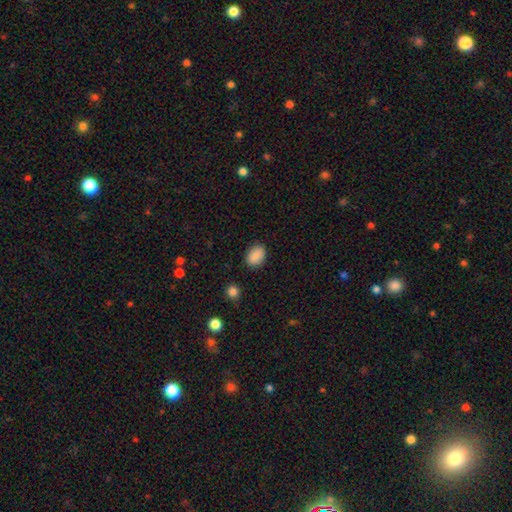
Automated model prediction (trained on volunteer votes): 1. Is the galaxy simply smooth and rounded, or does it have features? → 89% smooth, 8% star or artifact, 4% featured or disk.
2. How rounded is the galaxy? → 77% in between, 21% round, 1% cigar-shaped.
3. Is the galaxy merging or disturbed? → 88% none, 9% minor disturbance, 2% major disturbance, 1% merger.